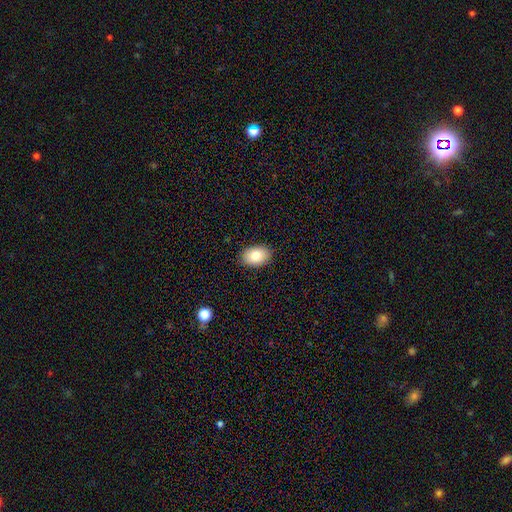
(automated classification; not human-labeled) Morphology: type=smooth (82%); roundness=in between (85%); merging=none (88%).